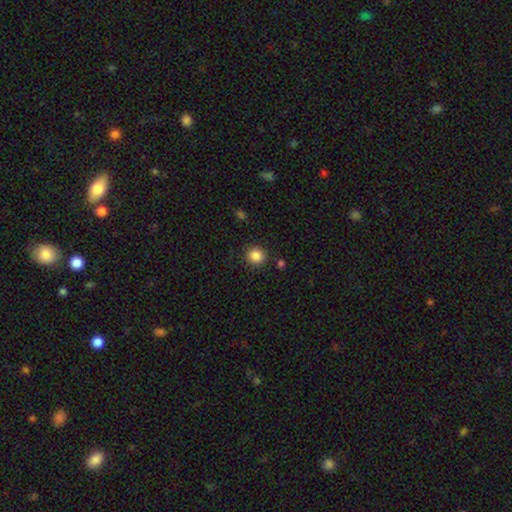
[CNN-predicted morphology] Smooth or featured?
  - smooth: 86% *
  - star or artifact: 11%
  - featured or disk: 3%
How rounded?
  - round: 91% *
  - in between: 8%
  - cigar-shaped: 1%
Merging?
  - none: 90% *
  - minor disturbance: 6%
  - major disturbance: 2%
  - merger: 2%